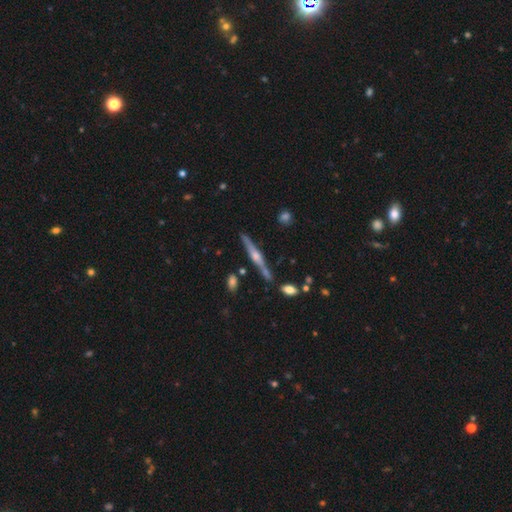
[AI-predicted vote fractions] smooth_or_featured: featured or disk (p=0.74) [alt: smooth p=0.20]
disk_edge_on: yes (p=0.97) [alt: no p=0.03]
edge_on_bulge: rounded (p=0.84) [alt: boxy p=0.10]
merging: none (p=0.82) [alt: minor disturbance p=0.10]